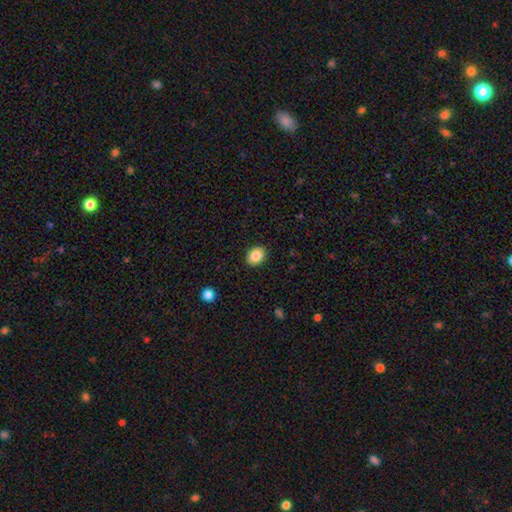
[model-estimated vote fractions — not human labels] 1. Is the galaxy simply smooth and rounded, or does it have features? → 86% smooth, 8% star or artifact, 5% featured or disk.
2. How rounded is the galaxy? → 73% in between, 26% round, 1% cigar-shaped.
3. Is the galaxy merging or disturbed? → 90% none, 7% minor disturbance, 2% major disturbance, 1% merger.